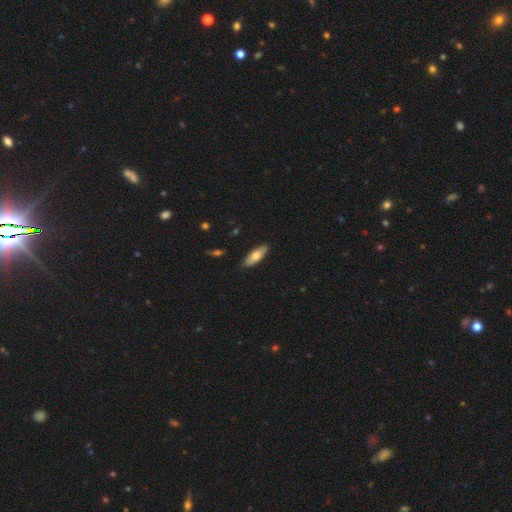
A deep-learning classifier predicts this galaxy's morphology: type=smooth (70%); roundness=in between (63%); merging=none (88%).